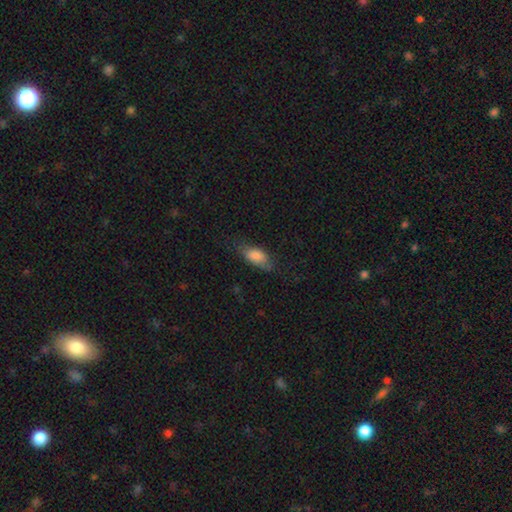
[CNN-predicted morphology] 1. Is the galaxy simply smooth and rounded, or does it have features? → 80% smooth, 13% featured or disk, 7% star or artifact.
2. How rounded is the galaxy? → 83% in between, 14% cigar-shaped, 3% round.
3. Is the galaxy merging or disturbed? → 62% none, 27% minor disturbance, 10% major disturbance, 1% merger.